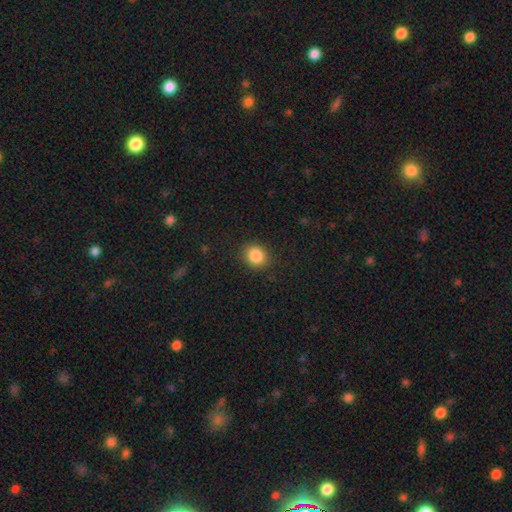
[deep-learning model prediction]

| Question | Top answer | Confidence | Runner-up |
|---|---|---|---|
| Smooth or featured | smooth | 86% | star or artifact (10%) |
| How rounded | round | 61% | in between (38%) |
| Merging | none | 88% | minor disturbance (9%) |